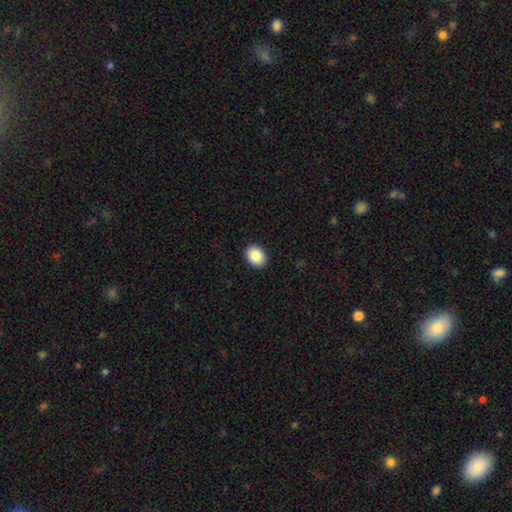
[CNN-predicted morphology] A smooth galaxy with no disk features (86%) that is in between round and cigar-shaped (59%).

Vote fractions:
- Smooth or featured? smooth: 86% / star or artifact: 8% / featured or disk: 6%
- How rounded? in between: 59% / round: 41% / cigar-shaped: 1%
- Merging? none: 92% / minor disturbance: 6% / major disturbance: 2% / merger: 1%